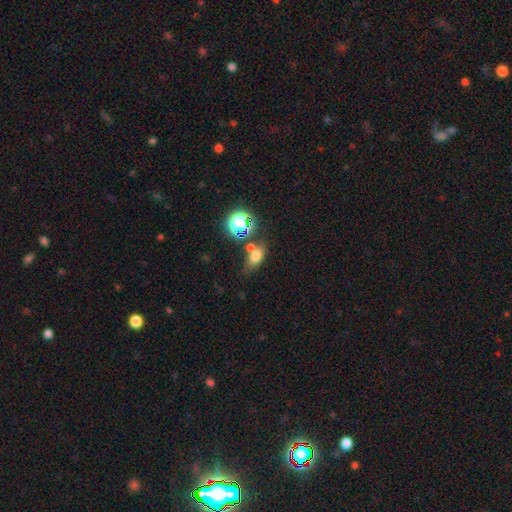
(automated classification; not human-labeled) smooth-or-featured: smooth: 67% | star or artifact: 20% | featured or disk: 13%
  how-rounded: in between: 70% | round: 22% | cigar-shaped: 7%
  merging: none: 56% | merger: 23% | minor disturbance: 15% | major disturbance: 6%